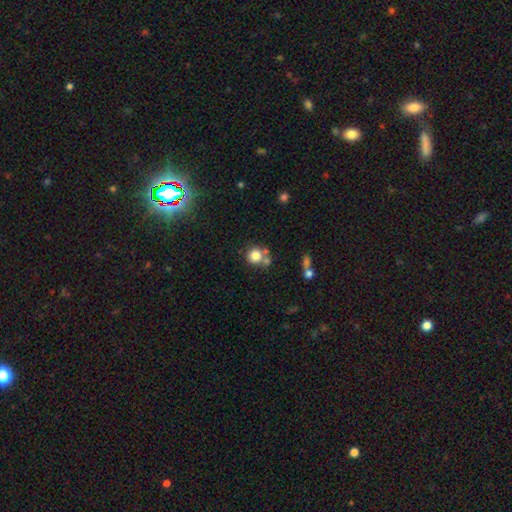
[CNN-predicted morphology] smooth-or-featured: smooth: 80% | star or artifact: 11% | featured or disk: 8%
  how-rounded: round: 89% | in between: 10% | cigar-shaped: 1%
  merging: none: 58% | merger: 27% | minor disturbance: 10% | major disturbance: 5%